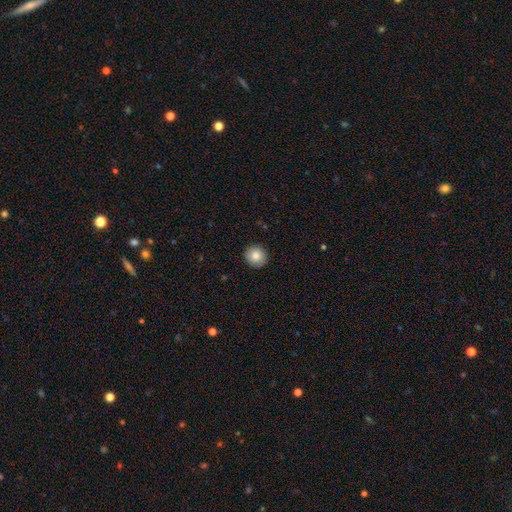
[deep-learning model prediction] This appears to be a smooth galaxy with no disk features (85%) that is round (93%). Merging: none (92%).